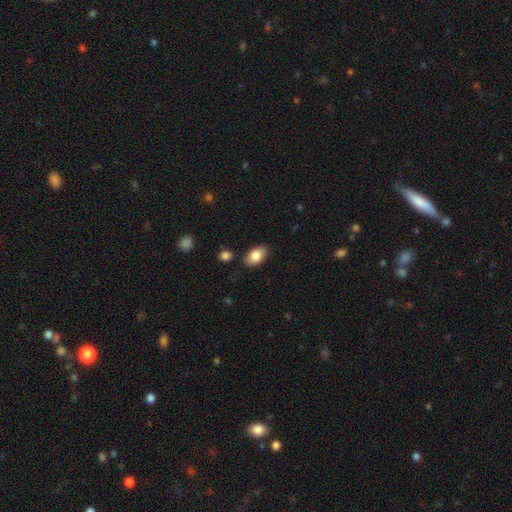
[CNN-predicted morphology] Smooth or featured? Predicted: smooth (p=0.83). How rounded? Predicted: in between (p=0.92). Merging? Predicted: none (p=0.85).